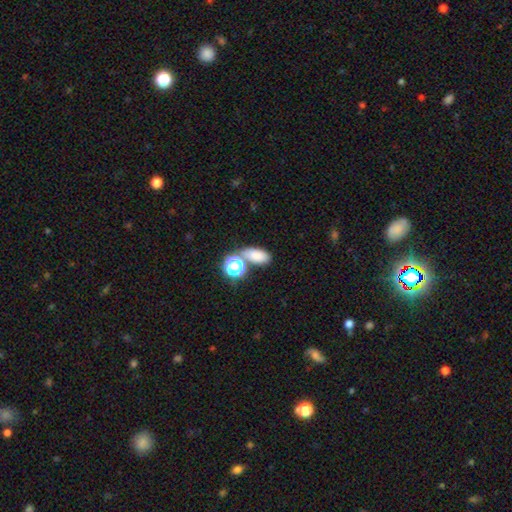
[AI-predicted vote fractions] smooth_or_featured: smooth (p=0.78) [alt: star or artifact p=0.14]
how_rounded: in between (p=0.80) [alt: round p=0.15]
merging: none (p=0.60) [alt: merger p=0.25]